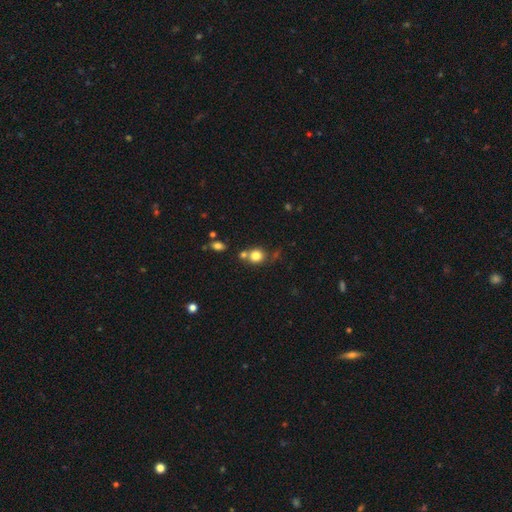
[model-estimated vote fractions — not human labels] Smooth or featured? Predicted: smooth (p=0.81). How rounded? Predicted: round (p=0.81). Merging? Predicted: none (p=0.58).